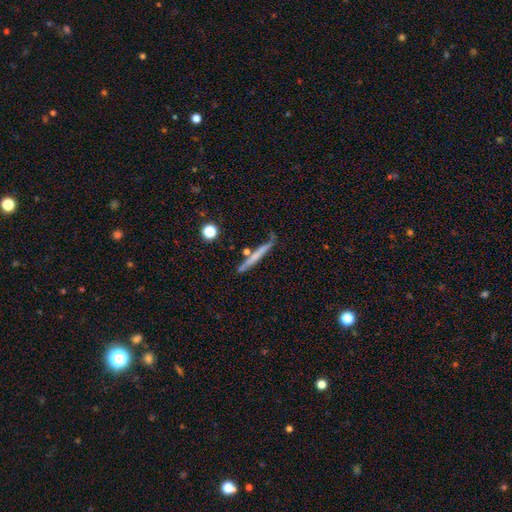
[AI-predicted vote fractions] Q: Smooth or featured?
A: smooth (50%); runner-up: featured or disk (43%)
Q: How rounded?
A: cigar-shaped (95%); runner-up: in between (3%)
Q: Merging?
A: none (76%); runner-up: minor disturbance (15%)